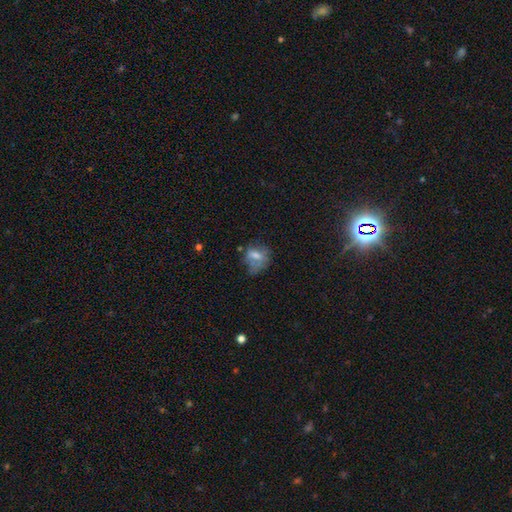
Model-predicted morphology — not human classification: Smooth or featured?
  - smooth: 58% *
  - featured or disk: 28%
  - star or artifact: 13%
How rounded?
  - in between: 58% *
  - round: 39%
  - cigar-shaped: 3%
Merging?
  - none: 38% *
  - minor disturbance: 27%
  - major disturbance: 27%
  - merger: 8%